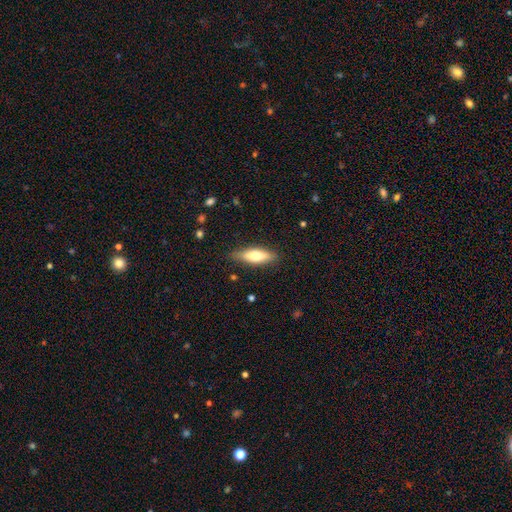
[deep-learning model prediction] Smooth or featured? Predicted: smooth (p=0.66). How rounded? Predicted: in between (p=0.57). Merging? Predicted: none (p=0.83).